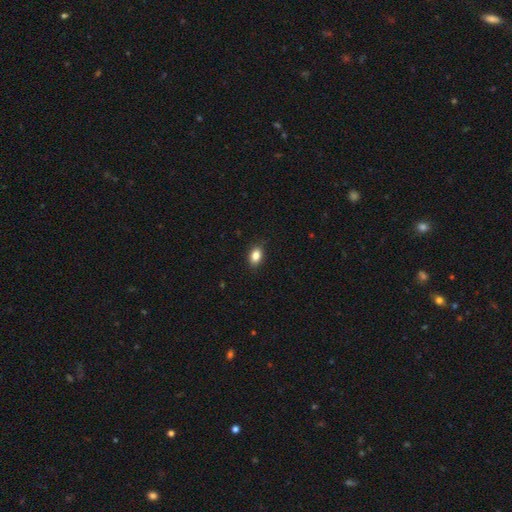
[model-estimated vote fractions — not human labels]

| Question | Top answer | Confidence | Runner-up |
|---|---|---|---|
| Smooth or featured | smooth | 85% | star or artifact (9%) |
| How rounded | in between | 83% | round (15%) |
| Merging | none | 87% | minor disturbance (10%) |